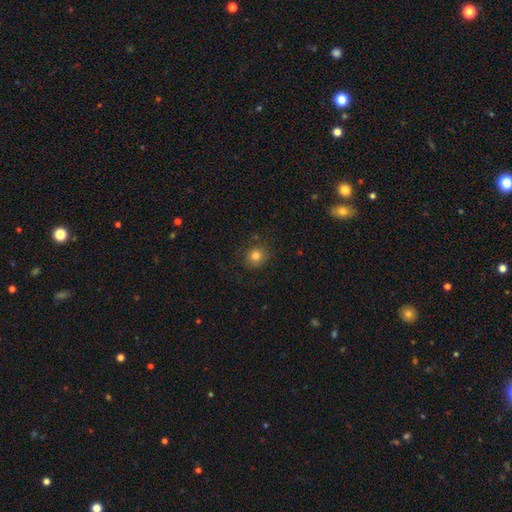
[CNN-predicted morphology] smooth_or_featured: smooth (p=0.80) [alt: star or artifact p=0.12]
how_rounded: round (p=0.80) [alt: in between p=0.19]
merging: none (p=0.84) [alt: minor disturbance p=0.11]